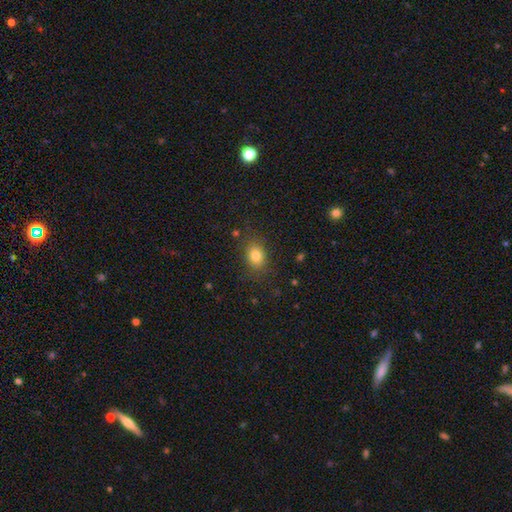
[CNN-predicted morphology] Smooth or featured: smooth — 81% (star or artifact — 12%)
How rounded: in between — 56% (round — 43%)
Merging: none — 82% (minor disturbance — 12%)